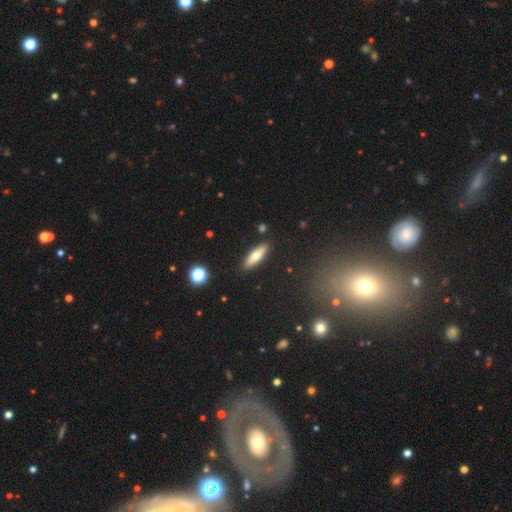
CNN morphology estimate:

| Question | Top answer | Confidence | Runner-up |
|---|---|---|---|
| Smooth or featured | smooth | 67% | featured or disk (27%) |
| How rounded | cigar-shaped | 52% | in between (46%) |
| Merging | none | 88% | minor disturbance (8%) |